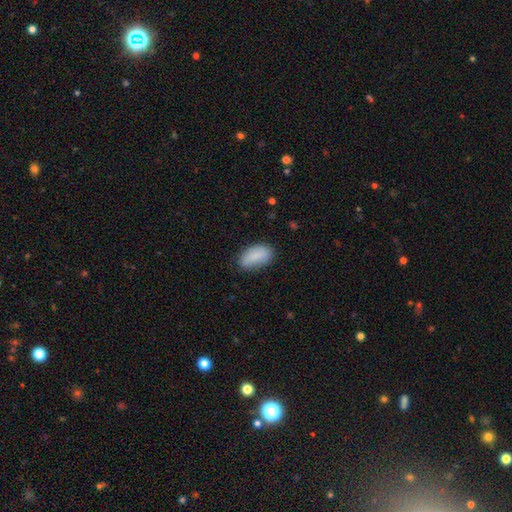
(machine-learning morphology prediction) Q: Smooth or featured?
A: smooth (86%); runner-up: featured or disk (7%)
Q: How rounded?
A: in between (92%); runner-up: cigar-shaped (4%)
Q: Merging?
A: none (75%); runner-up: minor disturbance (20%)